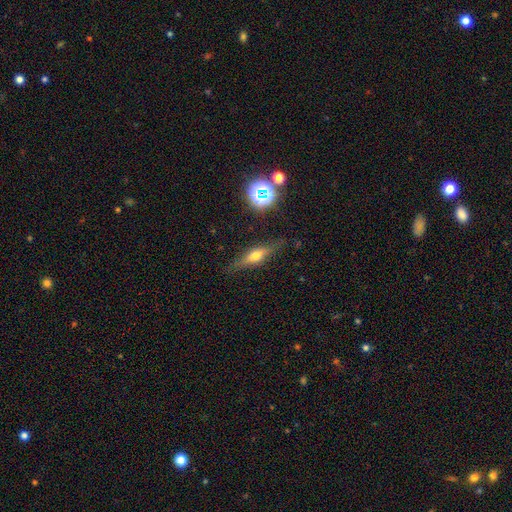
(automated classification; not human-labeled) A featured or disk galaxy (54%) viewed edge-on (90%). Merging: none (82%).